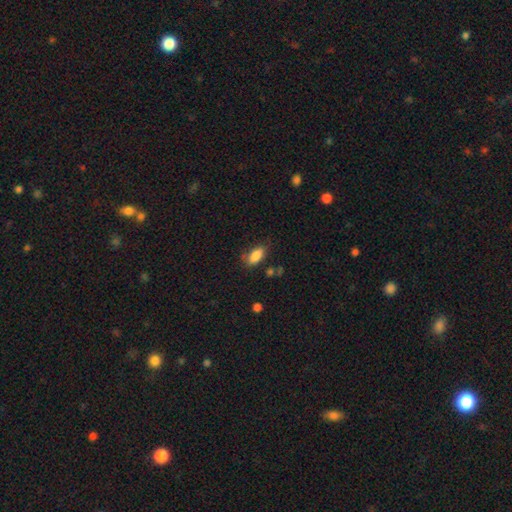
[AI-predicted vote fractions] Smooth or featured? smooth (85%)
How rounded? in between (88%)
Merging? none (72%)